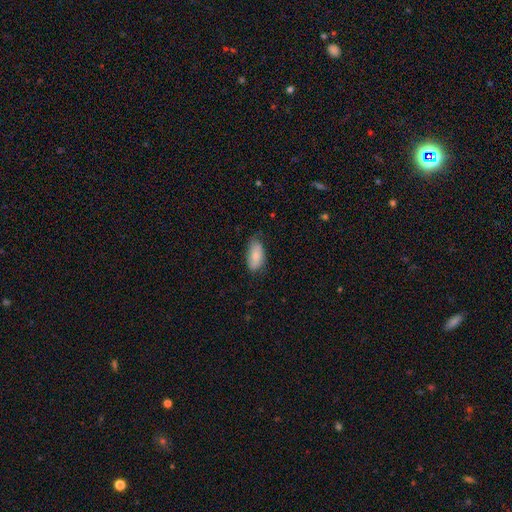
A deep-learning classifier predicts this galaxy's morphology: This is clearly a smooth galaxy (83%). How rounded: clearly in between (92%). Merging: likely none (67%).